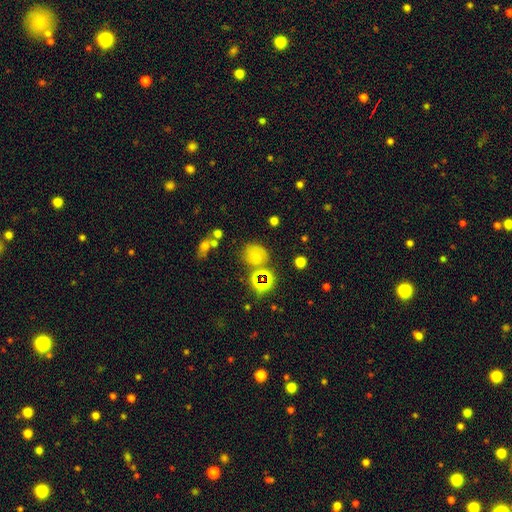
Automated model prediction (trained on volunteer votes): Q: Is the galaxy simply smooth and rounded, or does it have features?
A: smooth — 56%.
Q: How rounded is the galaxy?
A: round — 68%.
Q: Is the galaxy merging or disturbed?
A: none — 63%.